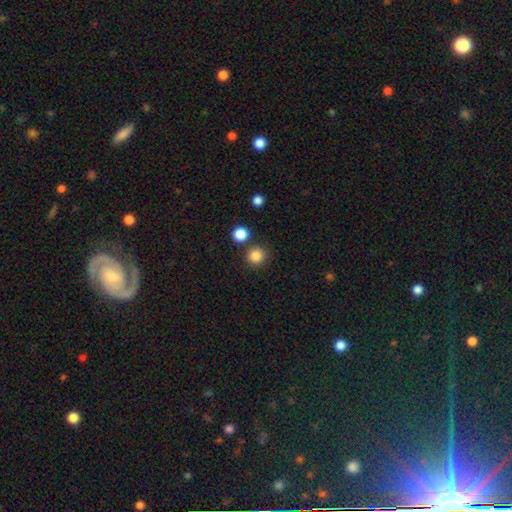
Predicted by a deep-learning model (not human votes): A smooth galaxy with no disk features (85%) that is round (93%). Merging: none (83%).